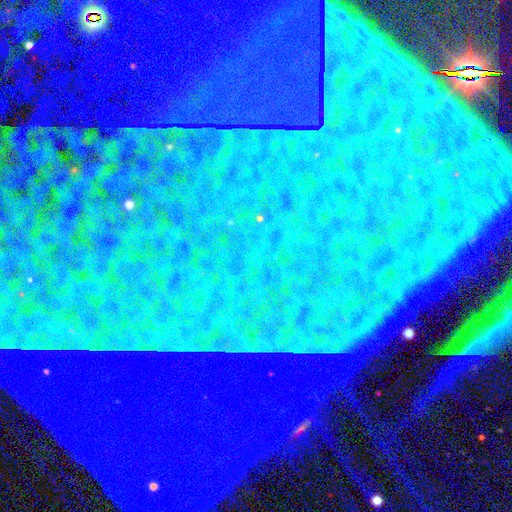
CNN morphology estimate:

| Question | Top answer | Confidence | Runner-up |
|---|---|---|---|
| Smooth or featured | star or artifact | 88% | featured or disk (7%) |